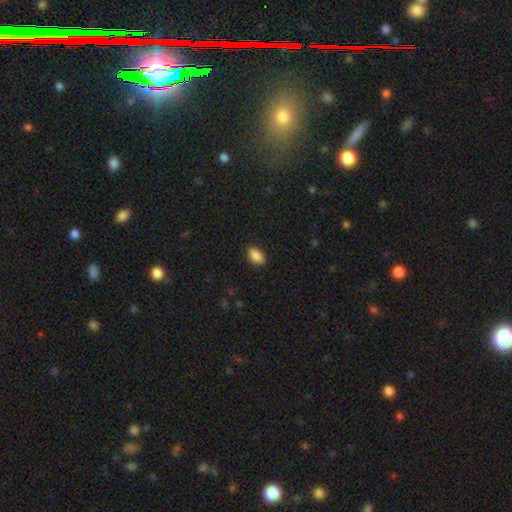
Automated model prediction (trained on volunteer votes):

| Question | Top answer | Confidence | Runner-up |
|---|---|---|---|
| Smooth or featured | smooth | 88% | star or artifact (8%) |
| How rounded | in between | 89% | round (9%) |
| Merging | none | 88% | minor disturbance (9%) |